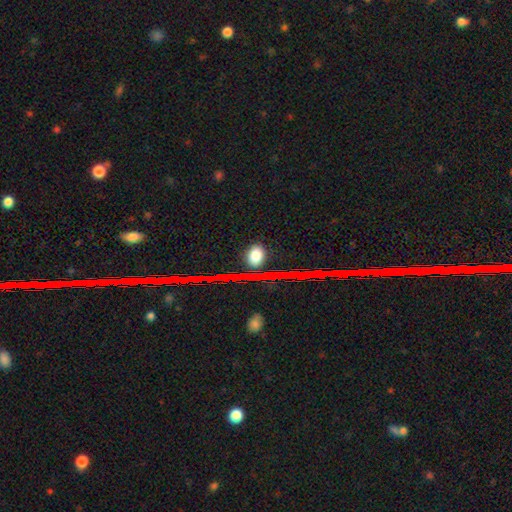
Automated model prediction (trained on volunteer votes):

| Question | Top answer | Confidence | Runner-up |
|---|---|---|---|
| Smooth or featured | smooth | 77% | star or artifact (15%) |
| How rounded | in between | 65% | round (32%) |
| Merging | none | 82% | minor disturbance (12%) |